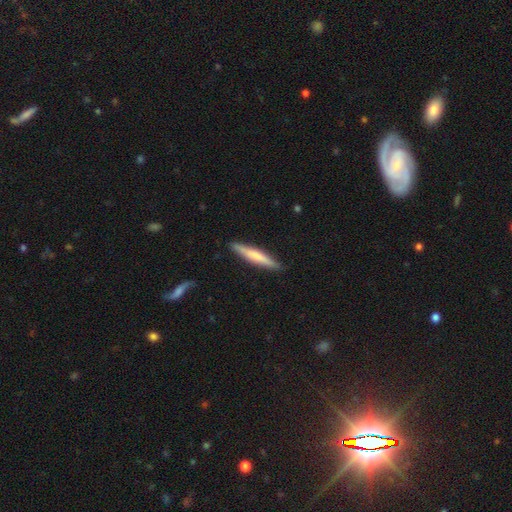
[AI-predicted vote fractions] This appears to be a smooth galaxy with no disk features (59%) that is cigar-shaped (94%). Merging: none (88%).